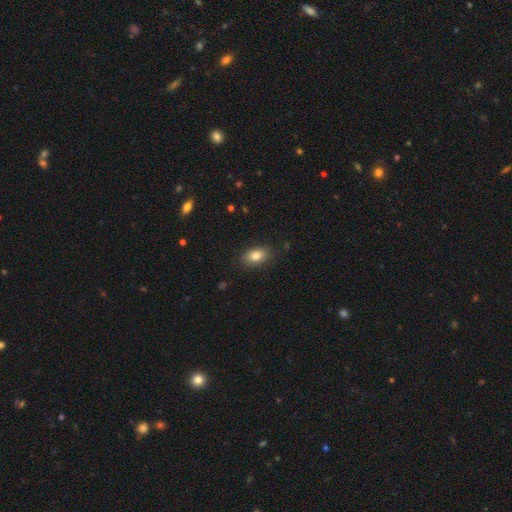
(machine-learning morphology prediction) smooth_or_featured: smooth (p=0.84) [alt: featured or disk p=0.08]
how_rounded: in between (p=0.88) [alt: round p=0.09]
merging: none (p=0.84) [alt: minor disturbance p=0.12]